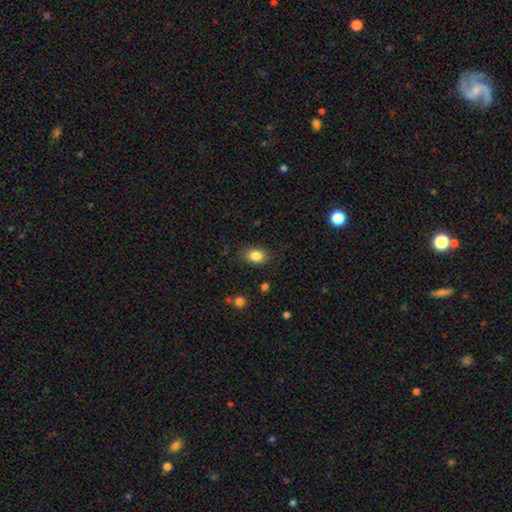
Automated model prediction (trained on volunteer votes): Smooth or featured? smooth (84%)
How rounded? in between (75%)
Merging? none (83%)